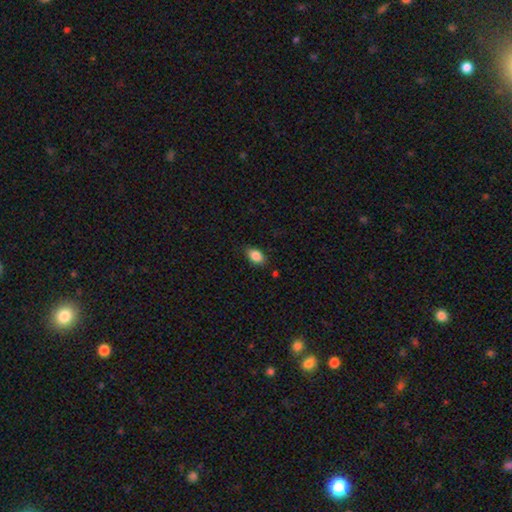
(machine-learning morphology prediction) smooth-or-featured: smooth: 86% | star or artifact: 8% | featured or disk: 6%
  how-rounded: in between: 86% | round: 11% | cigar-shaped: 2%
  merging: none: 79% | minor disturbance: 16% | major disturbance: 3% | merger: 2%